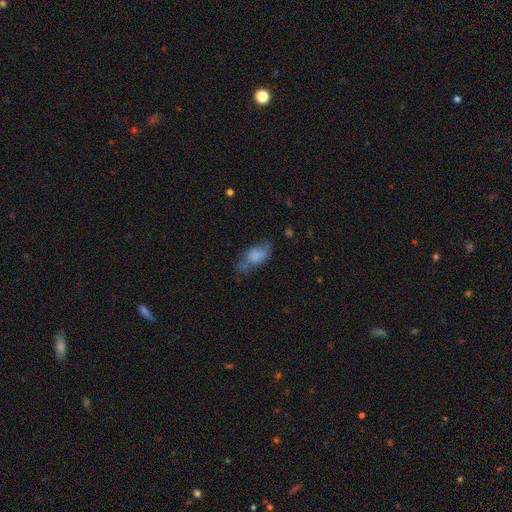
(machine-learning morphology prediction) This appears to be a smooth galaxy with no disk features (71%) that is in between round and cigar-shaped (88%). Merging: none (45%).